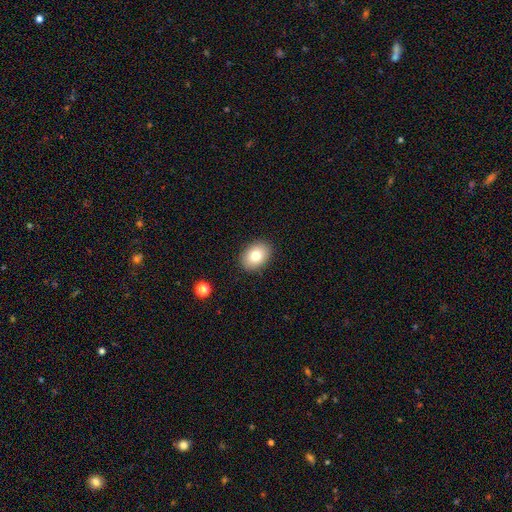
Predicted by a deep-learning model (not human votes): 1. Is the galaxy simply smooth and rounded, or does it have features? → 80% smooth, 12% featured or disk, 9% star or artifact.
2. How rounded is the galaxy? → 75% in between, 24% round, 1% cigar-shaped.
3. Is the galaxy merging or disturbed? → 90% none, 7% minor disturbance, 2% major disturbance, 1% merger.